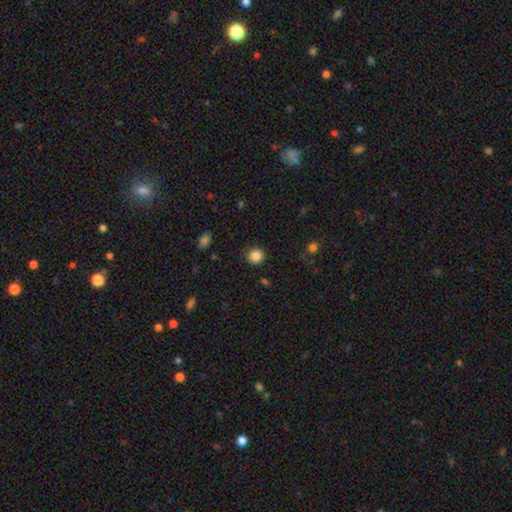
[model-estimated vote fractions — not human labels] Smooth or featured?
  - smooth: 86% *
  - star or artifact: 10%
  - featured or disk: 4%
How rounded?
  - round: 89% *
  - in between: 11%
  - cigar-shaped: 1%
Merging?
  - none: 90% *
  - minor disturbance: 7%
  - major disturbance: 2%
  - merger: 1%